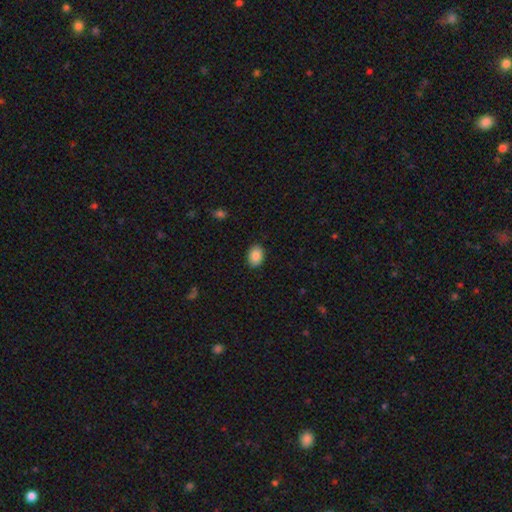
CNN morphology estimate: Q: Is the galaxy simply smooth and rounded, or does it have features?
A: smooth — 87%.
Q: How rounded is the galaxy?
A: in between — 75%.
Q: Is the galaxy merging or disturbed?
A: none — 89%.